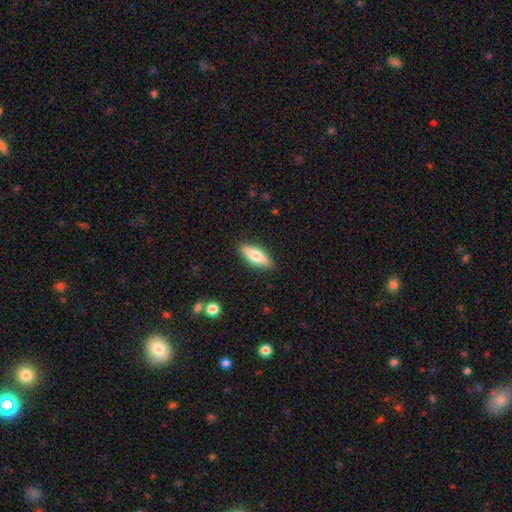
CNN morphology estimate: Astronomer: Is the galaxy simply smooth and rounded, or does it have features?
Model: smooth — 68%.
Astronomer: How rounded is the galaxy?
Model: in between — 64%.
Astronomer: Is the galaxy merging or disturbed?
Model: none — 88%.